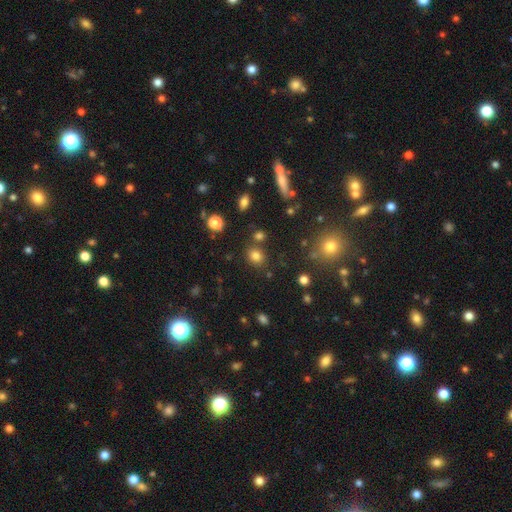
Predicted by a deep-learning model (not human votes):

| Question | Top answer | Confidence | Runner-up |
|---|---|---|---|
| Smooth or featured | smooth | 79% | star or artifact (15%) |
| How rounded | round | 63% | in between (36%) |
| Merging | none | 77% | minor disturbance (10%) |